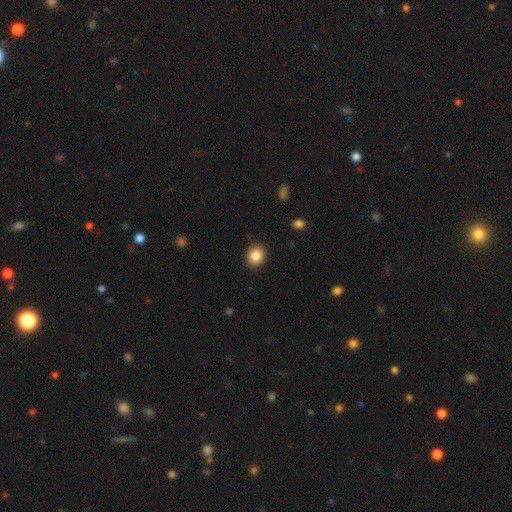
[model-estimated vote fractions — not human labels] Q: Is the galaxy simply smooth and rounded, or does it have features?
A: smooth — 87%.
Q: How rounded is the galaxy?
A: round — 72%.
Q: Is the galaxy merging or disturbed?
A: none — 90%.